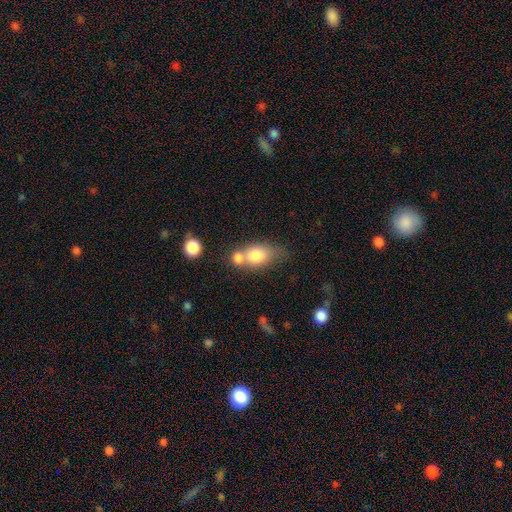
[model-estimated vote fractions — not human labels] A smooth galaxy with no disk features (76%) that is in between round and cigar-shaped (69%).

Vote fractions:
- Smooth or featured? smooth: 76% / featured or disk: 16% / star or artifact: 8%
- How rounded? in between: 69% / round: 27% / cigar-shaped: 4%
- Merging? merger: 55% / none: 27% / minor disturbance: 11% / major disturbance: 6%